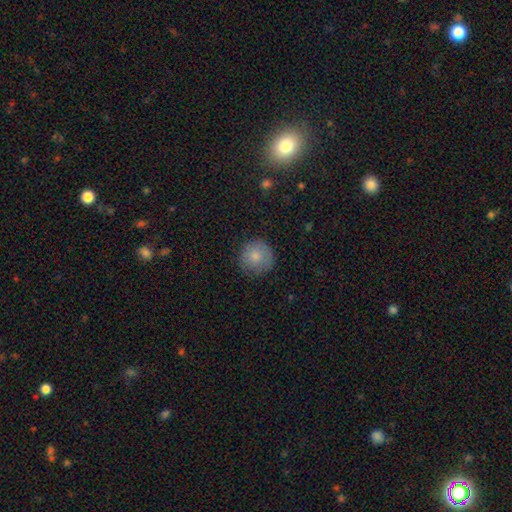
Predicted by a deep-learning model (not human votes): A smooth galaxy with no disk features (82%) that is round (95%).

Vote fractions:
- Smooth or featured? smooth: 82% / featured or disk: 10% / star or artifact: 8%
- How rounded? round: 95% / in between: 4% / cigar-shaped: 1%
- Merging? none: 83% / minor disturbance: 13% / major disturbance: 3% / merger: 1%